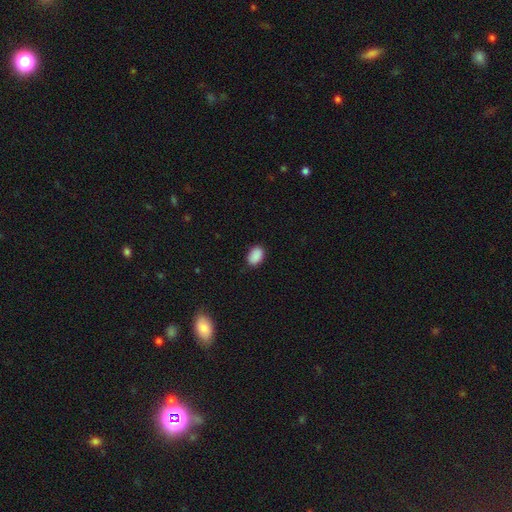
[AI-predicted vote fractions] smooth-or-featured: smooth: 90% | star or artifact: 8% | featured or disk: 3%
  how-rounded: in between: 87% | round: 12% | cigar-shaped: 1%
  merging: none: 83% | minor disturbance: 13% | major disturbance: 2% | merger: 1%